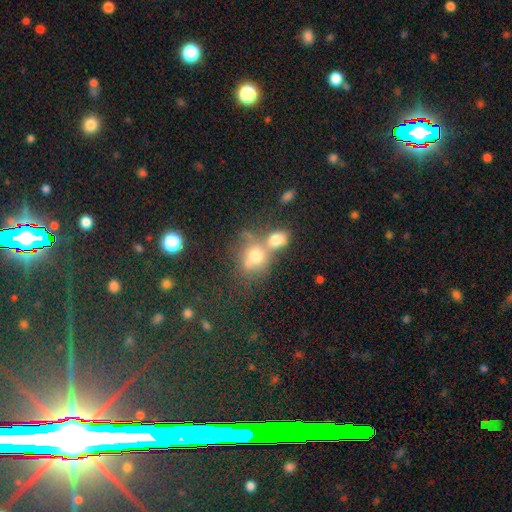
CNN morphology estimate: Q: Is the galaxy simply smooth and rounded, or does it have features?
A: smooth — 68%.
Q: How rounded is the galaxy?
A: round — 64%.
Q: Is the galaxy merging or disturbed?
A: merger — 55%.